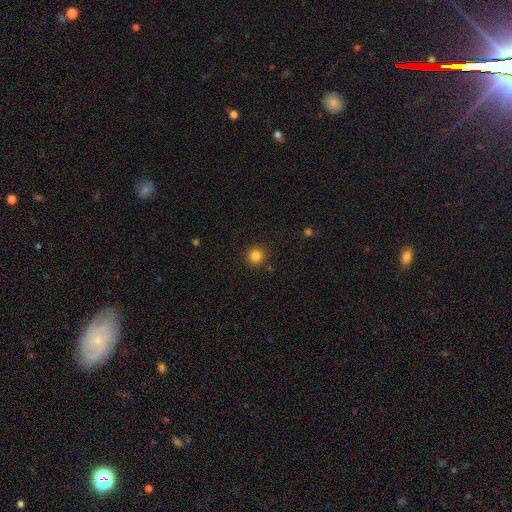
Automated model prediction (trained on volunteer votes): Smooth or featured? Predicted: smooth (p=0.84). How rounded? Predicted: round (p=0.93). Merging? Predicted: none (p=0.90).